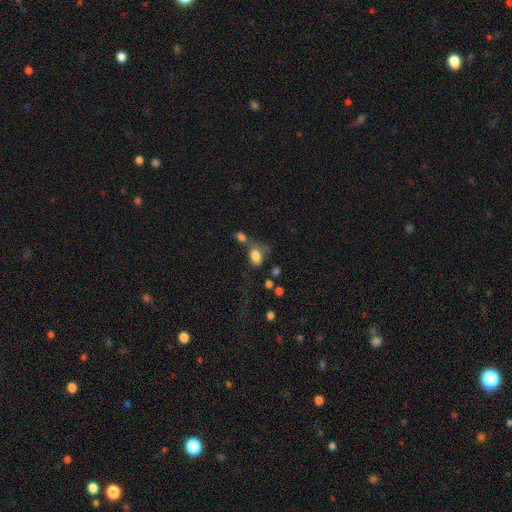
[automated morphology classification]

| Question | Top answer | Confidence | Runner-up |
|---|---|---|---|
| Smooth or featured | smooth | 81% | star or artifact (10%) |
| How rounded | in between | 83% | round (14%) |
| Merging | merger | 35% | tied: none (35%) |